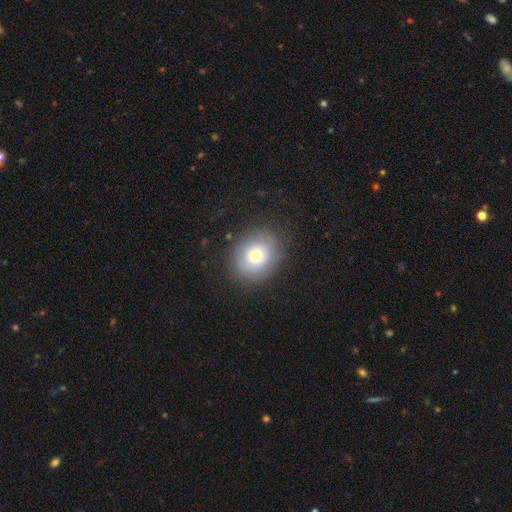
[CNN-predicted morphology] Smooth or featured? Predicted: smooth (p=0.67). How rounded? Predicted: round (p=0.69). Merging? Predicted: none (p=0.81).